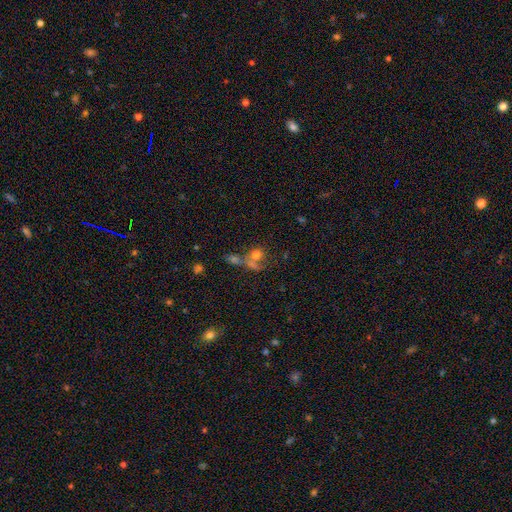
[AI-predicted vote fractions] Overall: smooth (65%). How rounded: round (73%). Merging: merger (47%; none 32%).